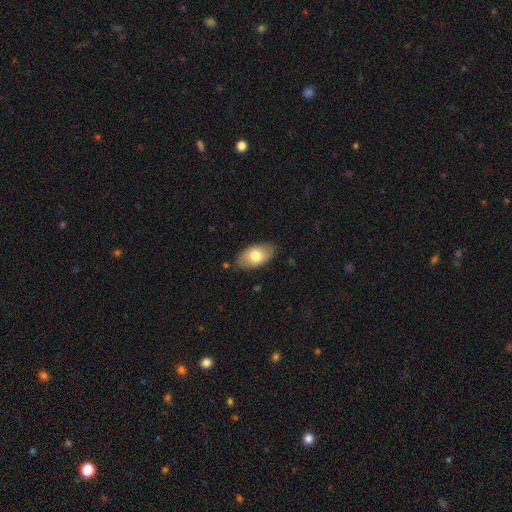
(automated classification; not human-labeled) A smooth galaxy with no disk features (74%) that is in between round and cigar-shaped (94%).

Vote fractions:
- Smooth or featured? smooth: 74% / featured or disk: 20% / star or artifact: 6%
- How rounded? in between: 94% / round: 4% / cigar-shaped: 2%
- Merging? none: 83% / minor disturbance: 13% / major disturbance: 3% / merger: 2%